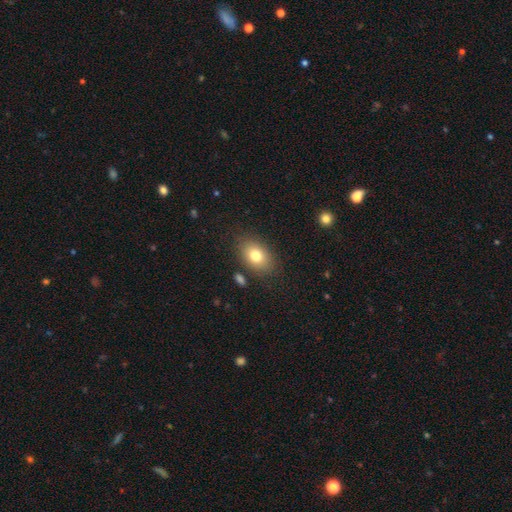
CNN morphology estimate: type=smooth (78%); roundness=in between (79%); merging=none (82%).